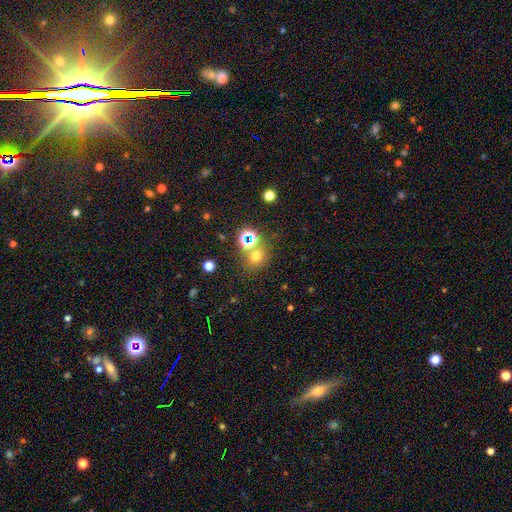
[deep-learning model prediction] Overall: smooth (60%; star or artifact 30%). How rounded: round (77%). Merging: none (65%).